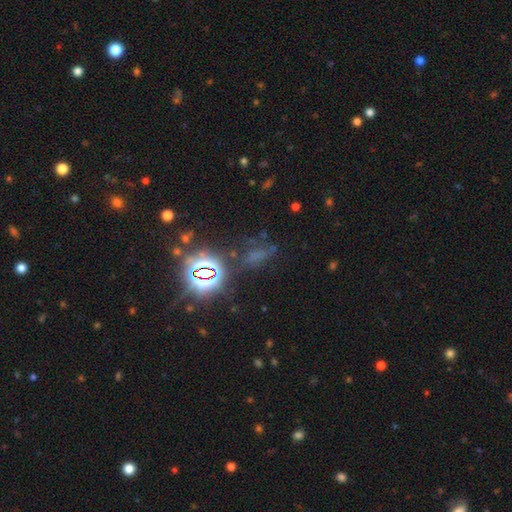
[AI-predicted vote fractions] Morphology: type=star or artifact (54%).